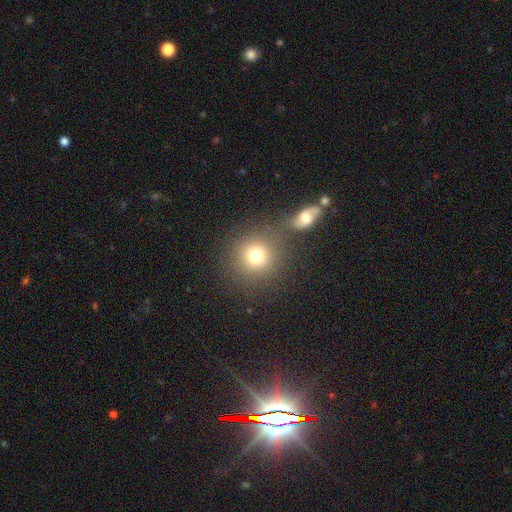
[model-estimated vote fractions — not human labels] A smooth galaxy with no disk features (76%) that is round (90%).

Vote fractions:
- Smooth or featured? smooth: 76% / star or artifact: 14% / featured or disk: 10%
- How rounded? round: 90% / in between: 9% / cigar-shaped: 1%
- Merging? none: 71% / merger: 15% / minor disturbance: 9% / major disturbance: 5%